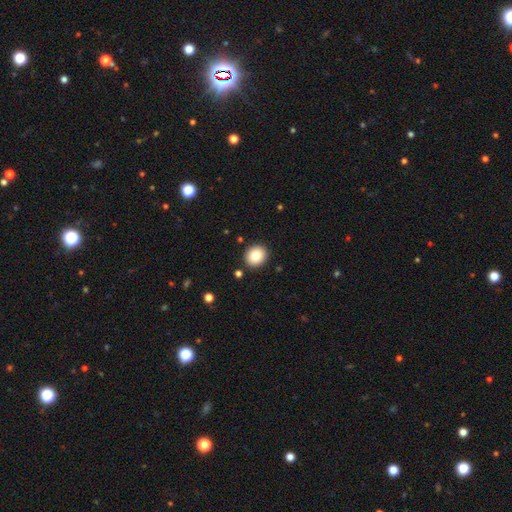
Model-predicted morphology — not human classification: A smooth galaxy with no disk features (83%) that is round (74%).

Vote fractions:
- Smooth or featured? smooth: 83% / star or artifact: 9% / featured or disk: 8%
- How rounded? round: 74% / in between: 25% / cigar-shaped: 1%
- Merging? none: 90% / minor disturbance: 6% / merger: 2% / major disturbance: 2%